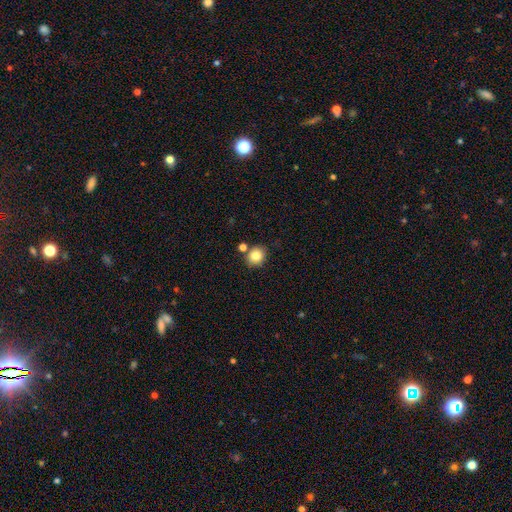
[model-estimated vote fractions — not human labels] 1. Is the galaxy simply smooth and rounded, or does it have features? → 83% smooth, 10% star or artifact, 7% featured or disk.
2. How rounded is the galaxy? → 74% round, 25% in between, 1% cigar-shaped.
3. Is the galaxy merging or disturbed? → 76% none, 11% merger, 10% minor disturbance, 3% major disturbance.